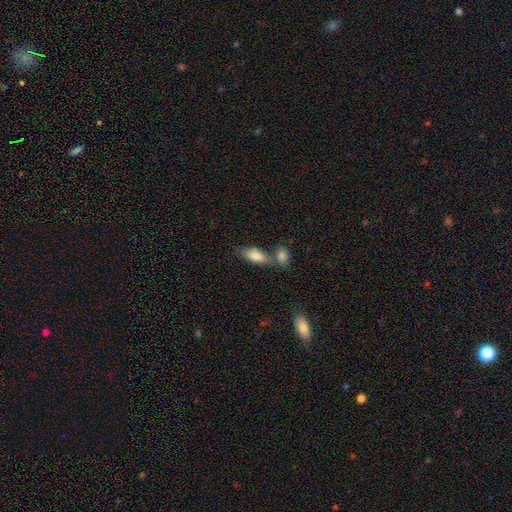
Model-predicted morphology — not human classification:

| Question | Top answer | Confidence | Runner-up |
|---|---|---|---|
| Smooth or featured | smooth | 82% | featured or disk (12%) |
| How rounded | in between | 81% | cigar-shaped (16%) |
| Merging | none | 43% | merger (41%) |